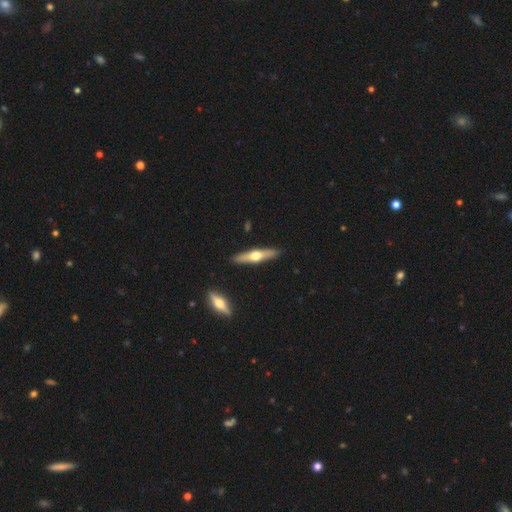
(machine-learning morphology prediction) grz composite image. It shows a featured or disk galaxy (63%) viewed edge-on (96%) with a rounded central bulge (95%). Merging: none (90%).